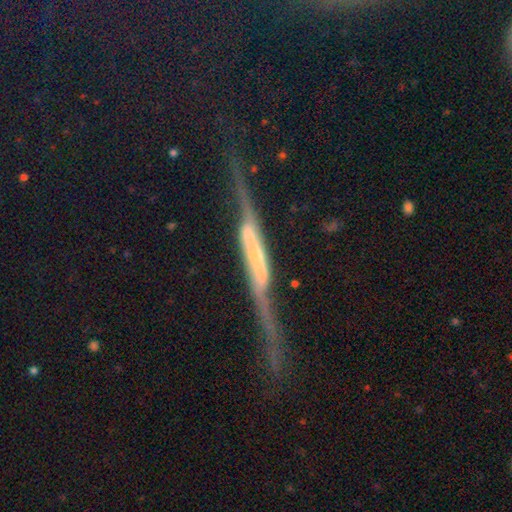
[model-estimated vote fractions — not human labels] A featured or disk galaxy (83%) viewed edge-on (74%) with a boxy central bulge (42%).

Vote fractions:
- Smooth or featured? featured or disk: 83% / smooth: 10% / star or artifact: 6%
- Edge-on disk? yes: 74% / no: 26%
- Edge-on bulge? boxy: 42% / rounded: 34% / none: 23%
- Merging? none: 41% / major disturbance: 30% / minor disturbance: 22% / merger: 6%